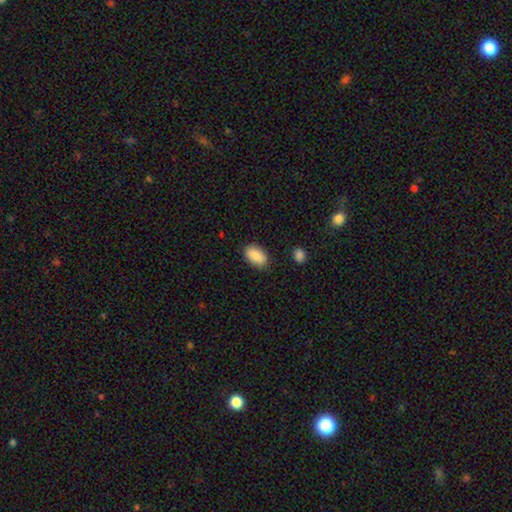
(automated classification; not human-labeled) Q: Smooth or featured?
A: smooth (89%); runner-up: star or artifact (7%)
Q: How rounded?
A: in between (93%); runner-up: round (5%)
Q: Merging?
A: none (85%); runner-up: minor disturbance (11%)